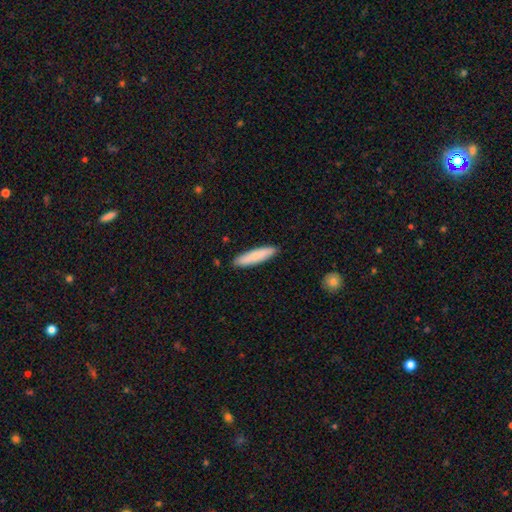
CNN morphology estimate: The model was most divided on "how rounded": cigar-shaped: 83%, in between: 16%, round: 1%. More confident: merging — none (90%); smooth or featured — smooth (82%).